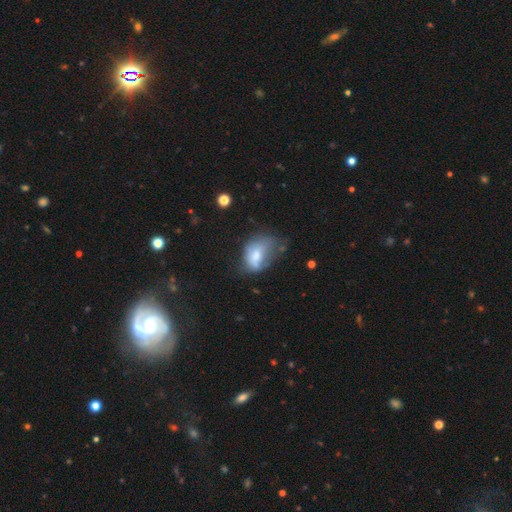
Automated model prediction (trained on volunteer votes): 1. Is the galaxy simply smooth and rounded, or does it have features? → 64% smooth, 26% featured or disk, 10% star or artifact.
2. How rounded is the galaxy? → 81% in between, 17% round, 2% cigar-shaped.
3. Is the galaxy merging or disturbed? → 35% major disturbance, 33% minor disturbance, 26% none, 6% merger.